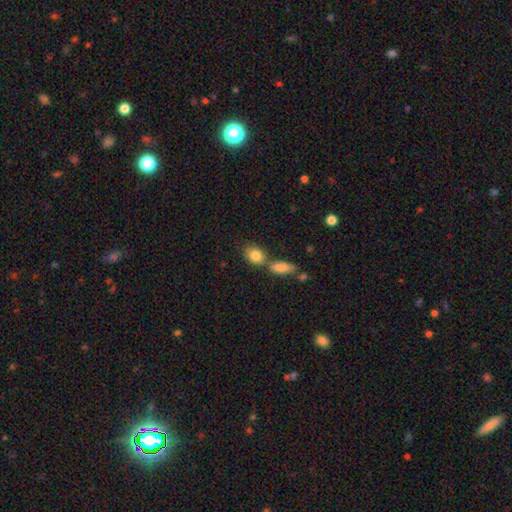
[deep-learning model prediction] smooth-or-featured: smooth: 84% | featured or disk: 9% | star or artifact: 8%
  how-rounded: in between: 67% | round: 30% | cigar-shaped: 3%
  merging: none: 52% | merger: 34% | minor disturbance: 11% | major disturbance: 3%